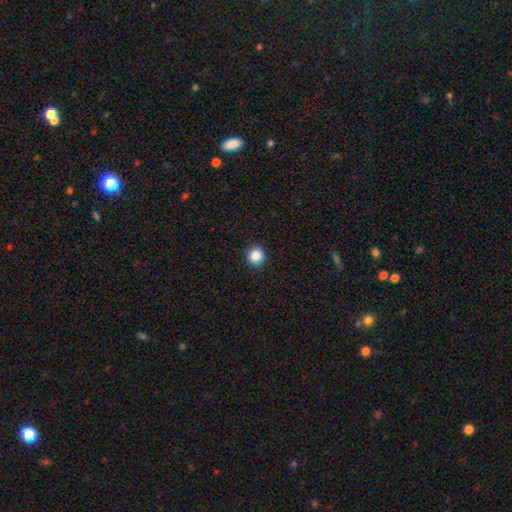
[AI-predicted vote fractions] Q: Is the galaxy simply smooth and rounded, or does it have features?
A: smooth — 86%.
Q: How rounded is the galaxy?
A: round — 94%.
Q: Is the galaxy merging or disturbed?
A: none — 93%.